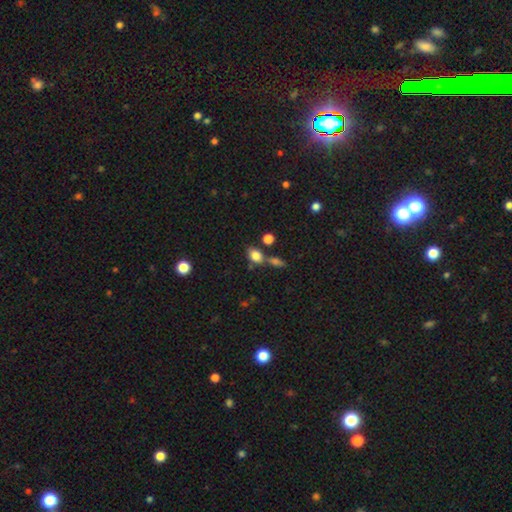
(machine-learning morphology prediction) smooth-or-featured: smooth: 81% | star or artifact: 11% | featured or disk: 8%
  how-rounded: in between: 73% | round: 24% | cigar-shaped: 2%
  merging: none: 56% | merger: 25% | minor disturbance: 14% | major disturbance: 5%